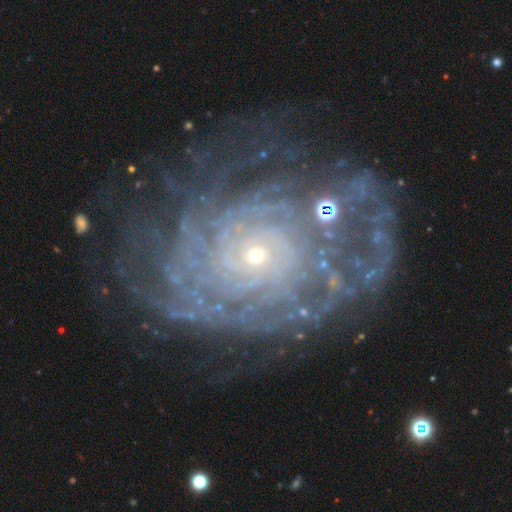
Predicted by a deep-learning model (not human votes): This appears to be a featured or disk galaxy (88%) with no bar (78%), tight (80%) spiral arms (95%) and a small central bulge (82%). Merging: none (66%).